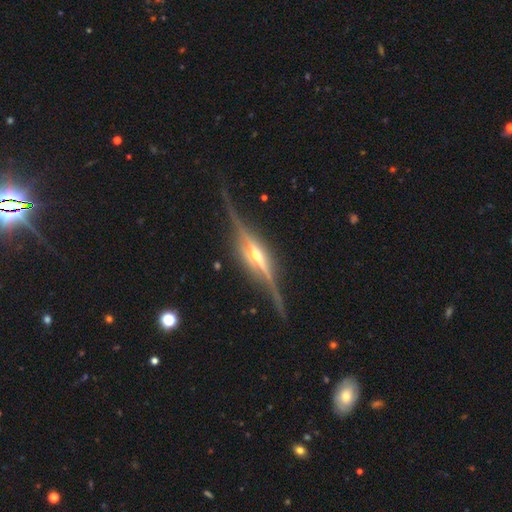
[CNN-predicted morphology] This appears to be a featured or disk galaxy (91%) viewed edge-on (97%) with a rounded central bulge (87%). Merging: none (83%).